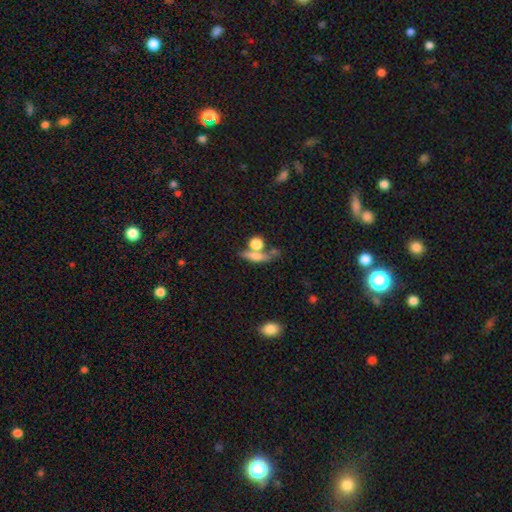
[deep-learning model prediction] A smooth galaxy with no disk features (63%) that is cigar-shaped (47%). Merging: none (52%).